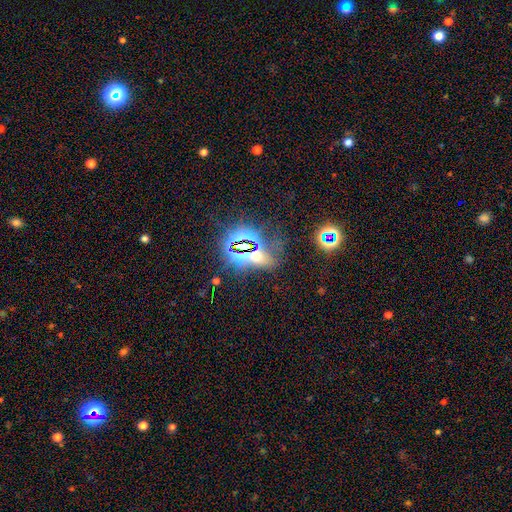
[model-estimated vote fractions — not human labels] Smooth or featured: star or artifact — 66% (smooth — 23%)